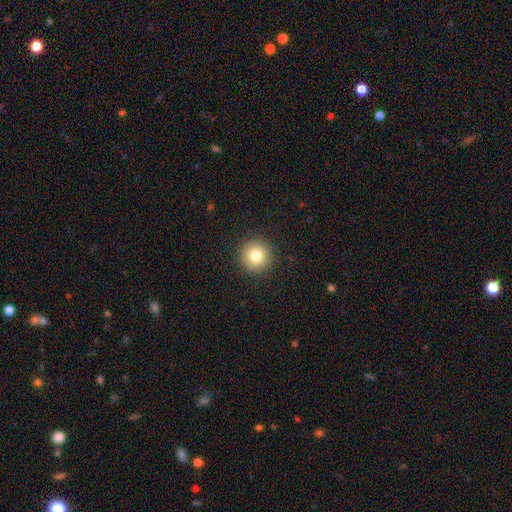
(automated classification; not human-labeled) smooth-or-featured: smooth: 79% | star or artifact: 11% | featured or disk: 10%
  how-rounded: round: 95% | in between: 4% | cigar-shaped: 1%
  merging: none: 92% | minor disturbance: 5% | major disturbance: 2% | merger: 1%